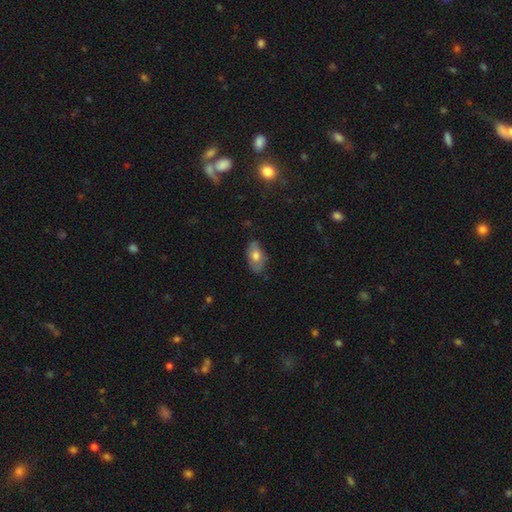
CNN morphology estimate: Overall: smooth (66%). How rounded: in between (91%). Merging: none (72%).